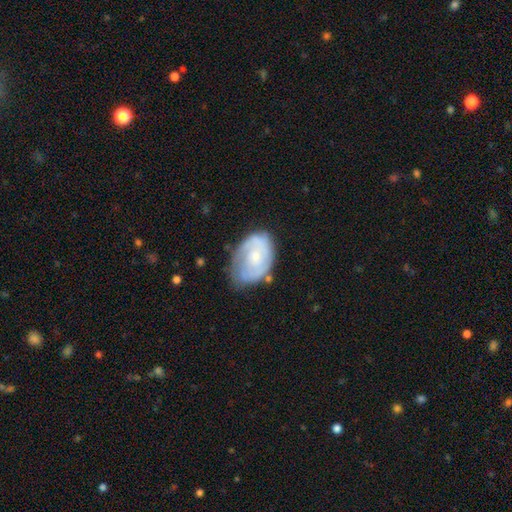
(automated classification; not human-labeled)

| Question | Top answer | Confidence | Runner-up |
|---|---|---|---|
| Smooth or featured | featured or disk | 62% | smooth (32%) |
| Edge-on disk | no | 96% | yes (4%) |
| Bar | no | 76% | weak (20%) |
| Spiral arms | yes | 74% | no (26%) |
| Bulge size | small | 54% | moderate (38%) |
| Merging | none | 58% | minor disturbance (30%) |